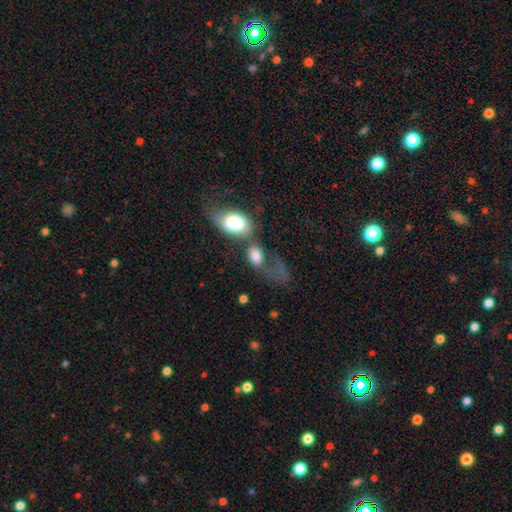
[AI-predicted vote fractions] Smooth or featured?
  - smooth: 76% *
  - featured or disk: 16%
  - star or artifact: 8%
How rounded?
  - in between: 82% *
  - round: 16%
  - cigar-shaped: 2%
Merging?
  - merger: 45% *
  - major disturbance: 26%
  - none: 17%
  - minor disturbance: 11%